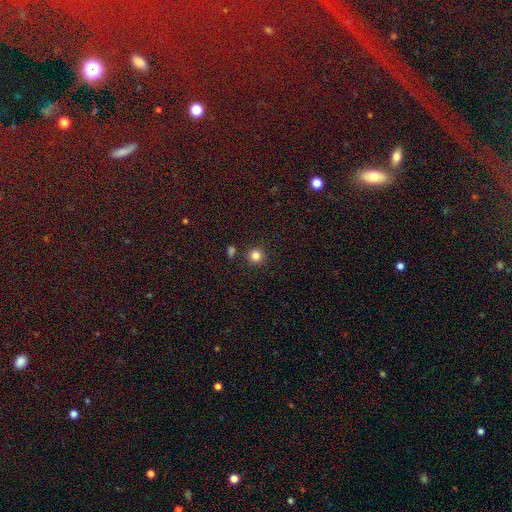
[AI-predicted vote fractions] Smooth or featured?
  - smooth: 83% *
  - star or artifact: 12%
  - featured or disk: 4%
How rounded?
  - round: 94% *
  - in between: 5%
  - cigar-shaped: 1%
Merging?
  - none: 87% *
  - minor disturbance: 6%
  - merger: 4%
  - major disturbance: 2%